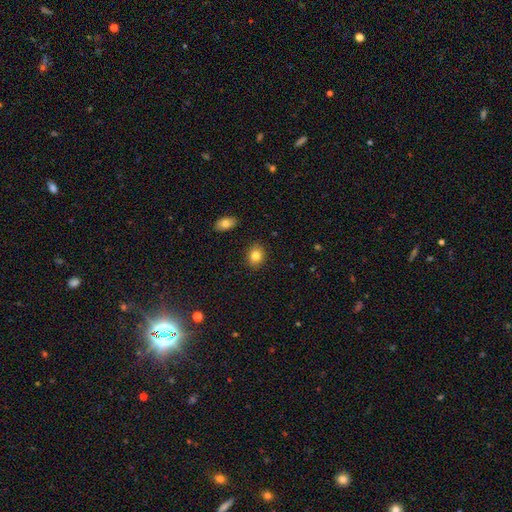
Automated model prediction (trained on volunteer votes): The model was most divided on "how rounded": in between: 54%, round: 45%, cigar-shaped: 1%. More confident: merging — none (88%); smooth or featured — smooth (82%).